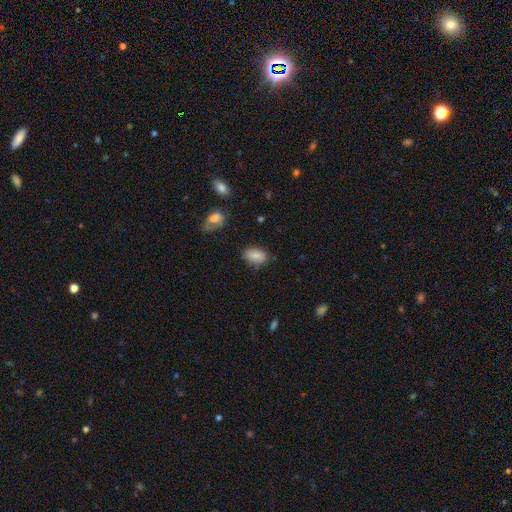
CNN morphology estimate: Overall: smooth (82%). How rounded: in between (92%). Merging: none (79%).